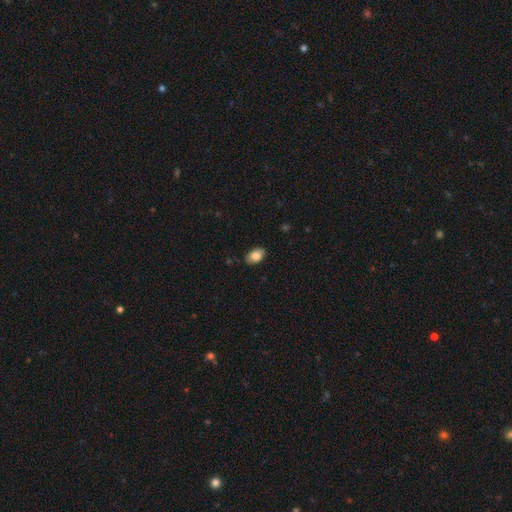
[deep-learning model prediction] The model was most divided on "merging": none: 84%, minor disturbance: 13%, major disturbance: 2%, merger: 1%. More confident: how rounded — in between (89%); smooth or featured — smooth (84%).